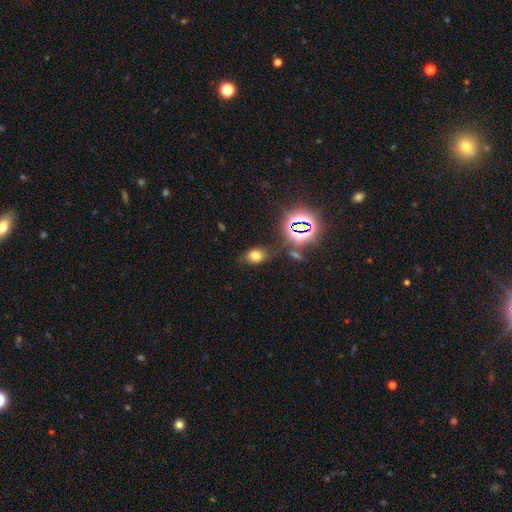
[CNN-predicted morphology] Smooth or featured? Predicted: smooth (p=0.64). How rounded? Predicted: in between (p=0.70). Merging? Predicted: none (p=0.69).